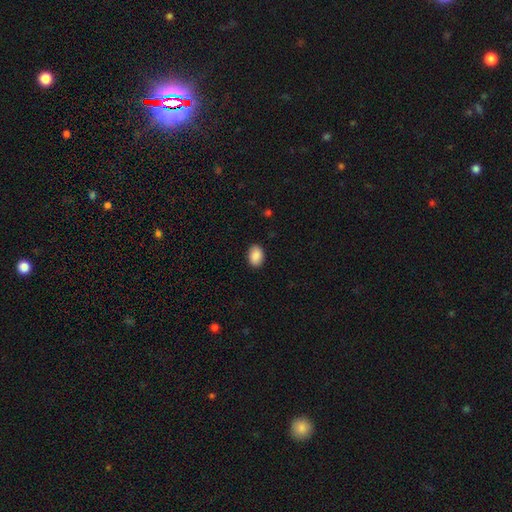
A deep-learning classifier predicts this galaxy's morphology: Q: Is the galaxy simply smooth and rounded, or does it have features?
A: smooth — 90%.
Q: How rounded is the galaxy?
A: in between — 84%.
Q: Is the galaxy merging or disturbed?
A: none — 89%.